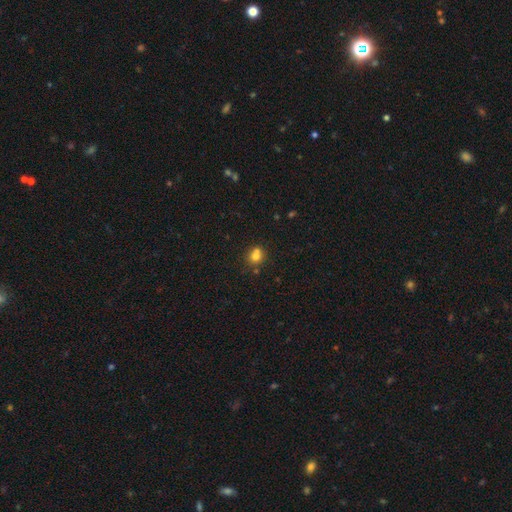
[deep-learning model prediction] The model was most divided on "merging": none: 48%, merger: 38%, minor disturbance: 11%, major disturbance: 3%. More confident: how rounded — round (80%); smooth or featured — smooth (73%).